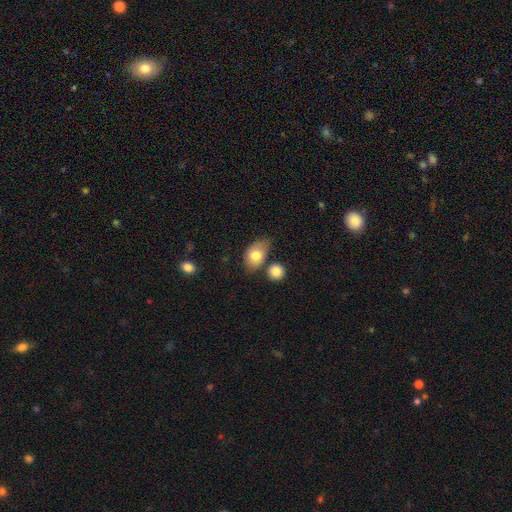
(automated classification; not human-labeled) A smooth galaxy with no disk features (76%) that is in between round and cigar-shaped (80%). Merging: none (53%).